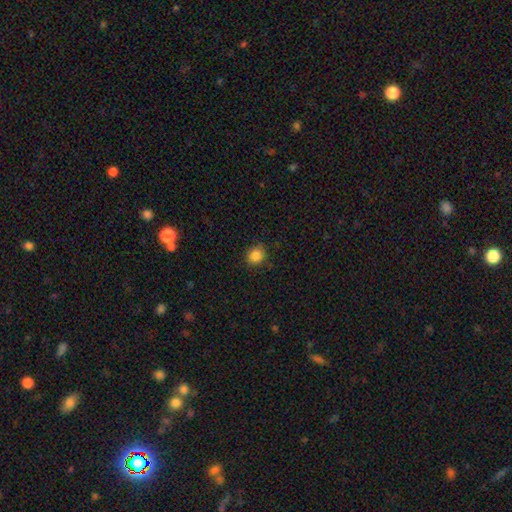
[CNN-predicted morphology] smooth-or-featured: smooth: 86% | star or artifact: 10% | featured or disk: 3%
  how-rounded: round: 82% | in between: 17% | cigar-shaped: 1%
  merging: none: 84% | minor disturbance: 12% | major disturbance: 3% | merger: 1%